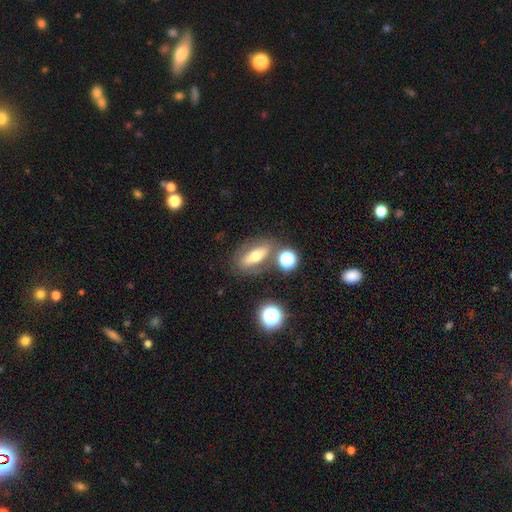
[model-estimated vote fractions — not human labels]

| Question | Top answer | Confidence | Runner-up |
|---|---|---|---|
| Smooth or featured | smooth | 45% | featured or disk (43%) |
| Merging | none | 72% | minor disturbance (13%) |